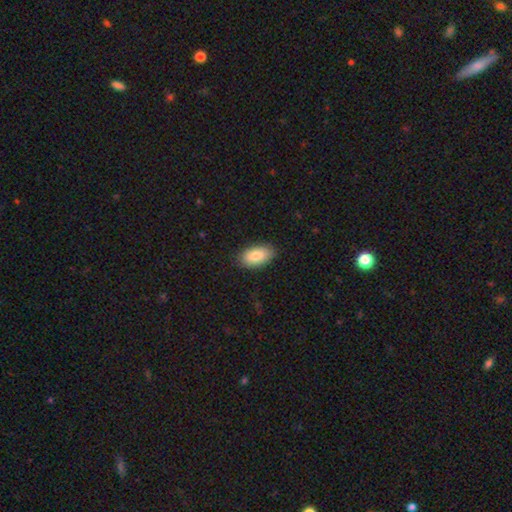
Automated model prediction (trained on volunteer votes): Smooth or featured? Predicted: smooth (p=0.85). How rounded? Predicted: in between (p=0.94). Merging? Predicted: none (p=0.87).